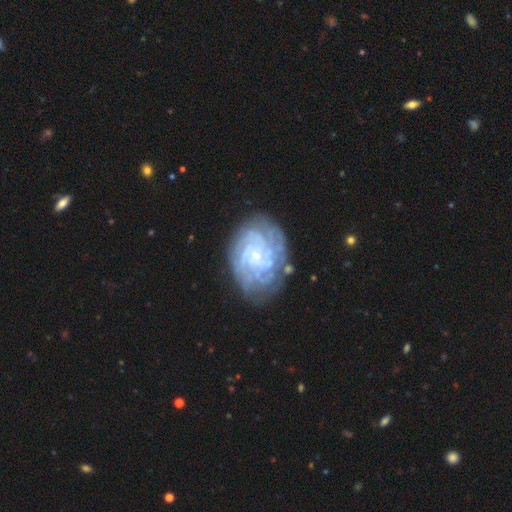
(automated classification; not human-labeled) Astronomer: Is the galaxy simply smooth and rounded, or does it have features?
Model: featured or disk — 84%.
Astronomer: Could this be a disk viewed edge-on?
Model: no — 97%.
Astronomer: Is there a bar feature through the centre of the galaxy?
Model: no — 71%.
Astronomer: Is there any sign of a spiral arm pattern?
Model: yes — 96%.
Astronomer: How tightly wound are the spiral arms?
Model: tight — 76%.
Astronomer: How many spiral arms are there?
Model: can't tell — 32% (runner-up: 4, 22%).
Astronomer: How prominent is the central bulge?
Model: small — 84%.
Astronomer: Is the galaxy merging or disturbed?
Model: none — 75%.